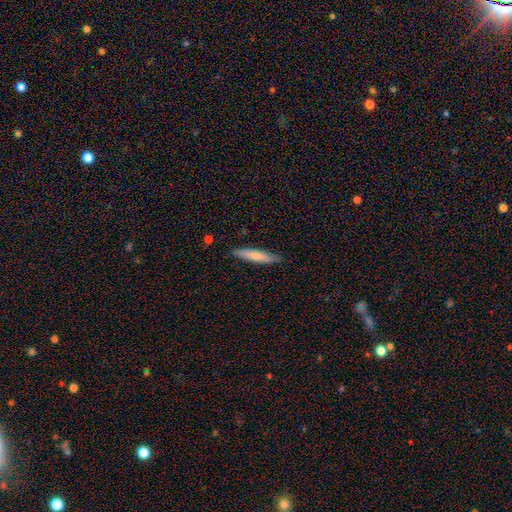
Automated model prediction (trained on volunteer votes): Smooth or featured? smooth (67%)
How rounded? cigar-shaped (91%)
Merging? none (89%)